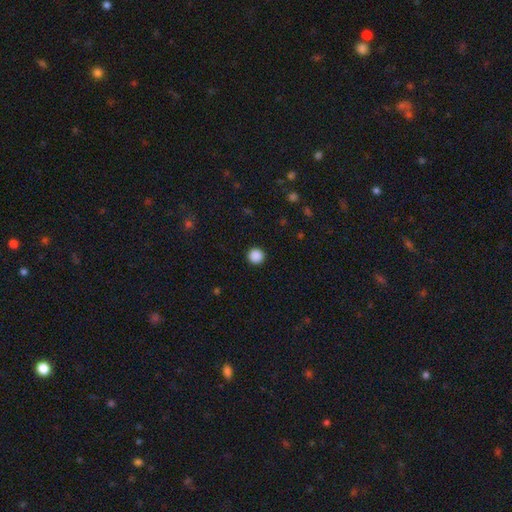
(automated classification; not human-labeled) A smooth galaxy with no disk features (88%) that is round (96%). Merging: none (93%).